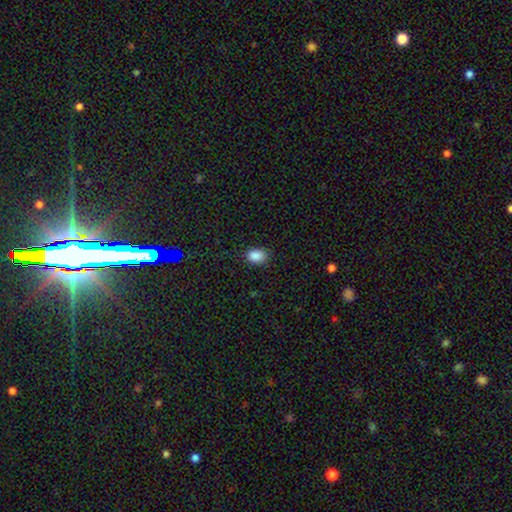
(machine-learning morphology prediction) Smooth or featured? Predicted: smooth (p=0.87). How rounded? Predicted: in between (p=0.75). Merging? Predicted: none (p=0.82).